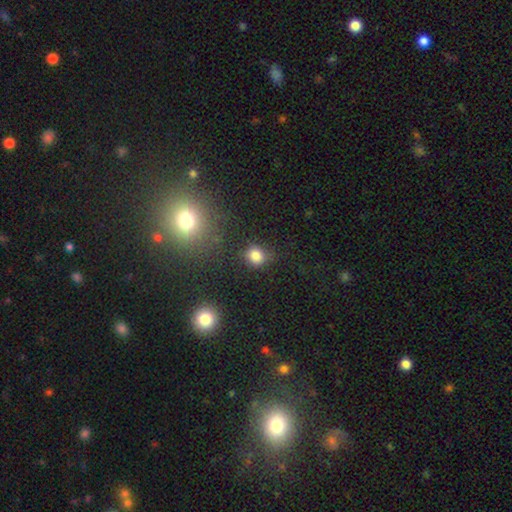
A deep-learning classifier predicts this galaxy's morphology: Smooth or featured?
  - smooth: 81% *
  - star or artifact: 13%
  - featured or disk: 6%
How rounded?
  - round: 71% *
  - in between: 28%
  - cigar-shaped: 1%
Merging?
  - none: 70% *
  - minor disturbance: 19%
  - major disturbance: 7%
  - merger: 4%